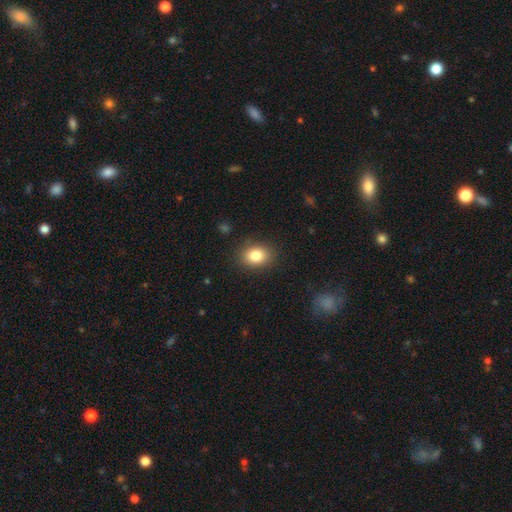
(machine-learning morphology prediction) Smooth or featured?
  - smooth: 83% *
  - star or artifact: 10%
  - featured or disk: 7%
How rounded?
  - in between: 57% *
  - round: 42%
  - cigar-shaped: 1%
Merging?
  - none: 86% *
  - minor disturbance: 9%
  - major disturbance: 3%
  - merger: 1%